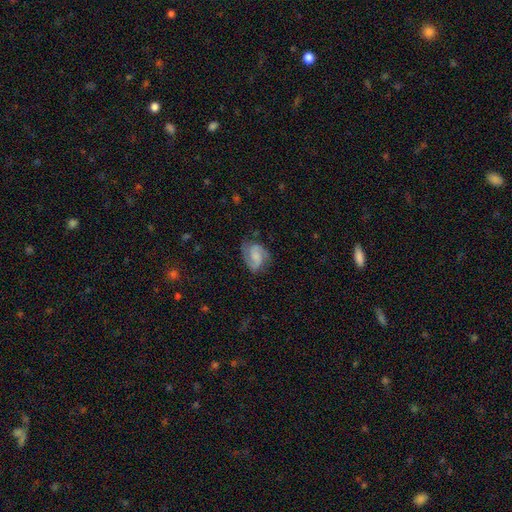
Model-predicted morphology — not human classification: Overall: featured or disk (72%). Edge-on disk: no (98%). Bar: weak (45%; no 42%). Spiral arms: yes (94%). Spiral arm count: 2 (86%). Spiral winding: medium (50%; loose 26%). Bulge size: none (35%; small 30%). Merging: none (68%).